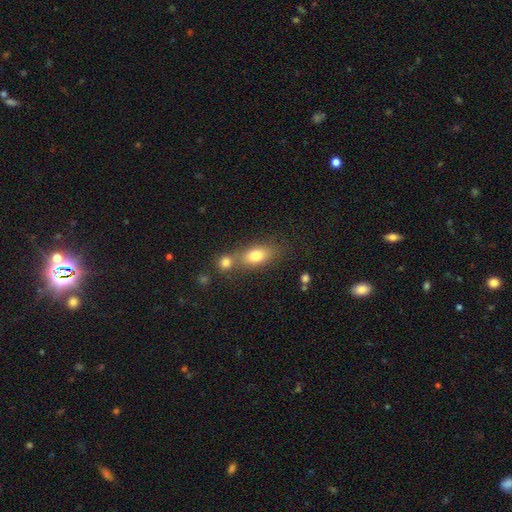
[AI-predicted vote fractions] This is likely a smooth galaxy (77%). How rounded: likely in between (78%). Merging: possibly none (45%).